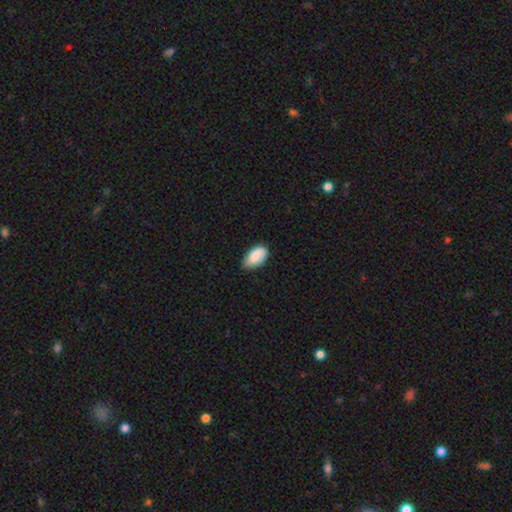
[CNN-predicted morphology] smooth-or-featured: smooth: 78% | featured or disk: 16% | star or artifact: 6%
  how-rounded: in between: 94% | round: 4% | cigar-shaped: 2%
  merging: none: 69% | minor disturbance: 26% | major disturbance: 4% | merger: 1%